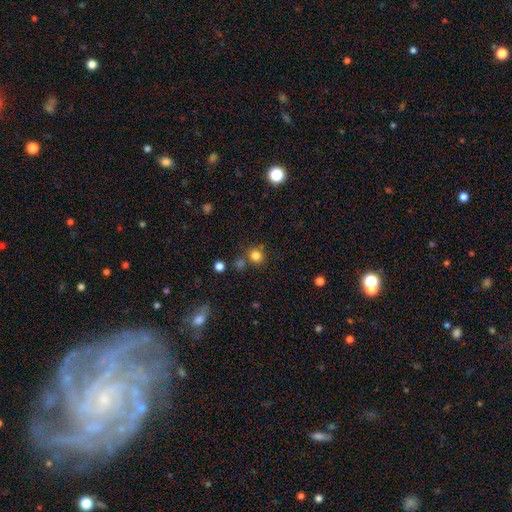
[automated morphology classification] This is likely a smooth galaxy (80%). How rounded: clearly round (88%). Merging: likely none (74%).